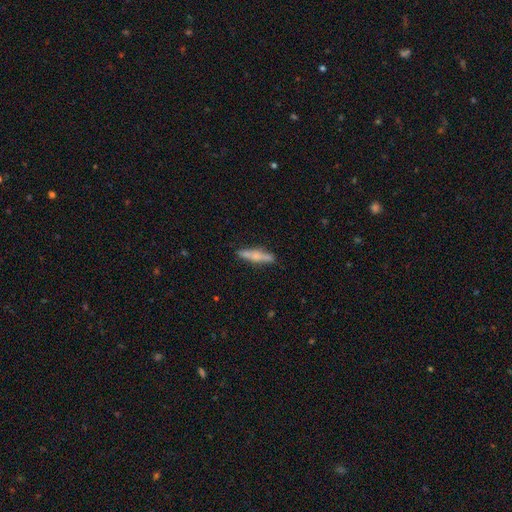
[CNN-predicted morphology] This appears to be a smooth galaxy with no disk features (55%) that is cigar-shaped (86%). Merging: none (83%).